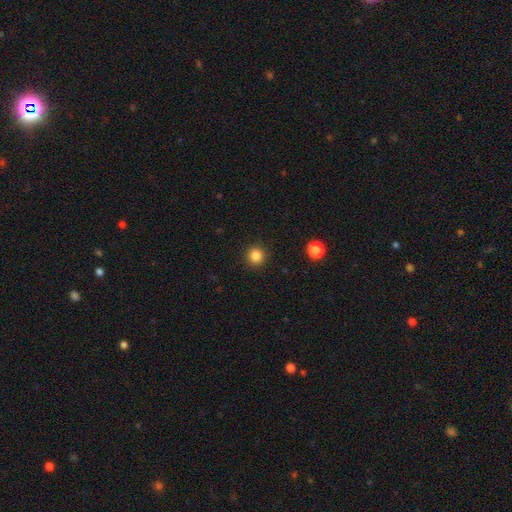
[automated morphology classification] This is clearly a smooth galaxy (84%). How rounded: clearly round (95%). Merging: clearly none (92%).